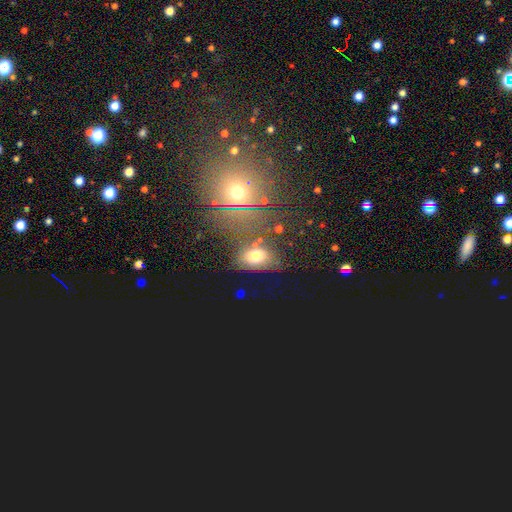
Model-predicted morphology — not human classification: A smooth galaxy with no disk features (62%) that is in between round and cigar-shaped (70%).

Vote fractions:
- Smooth or featured? smooth: 62% / star or artifact: 22% / featured or disk: 16%
- How rounded? in between: 70% / round: 28% / cigar-shaped: 2%
- Merging? none: 59% / minor disturbance: 18% / merger: 13% / major disturbance: 10%